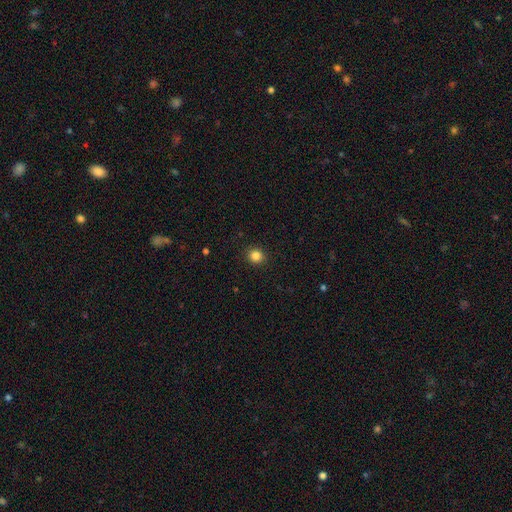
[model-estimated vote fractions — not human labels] This is clearly a smooth galaxy (84%). How rounded: clearly round (88%). Merging: clearly none (92%).